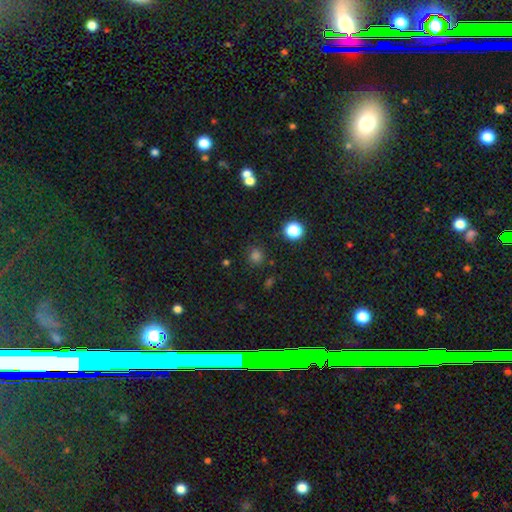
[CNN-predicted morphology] Smooth or featured? smooth (74%)
How rounded? round (89%)
Merging? none (85%)